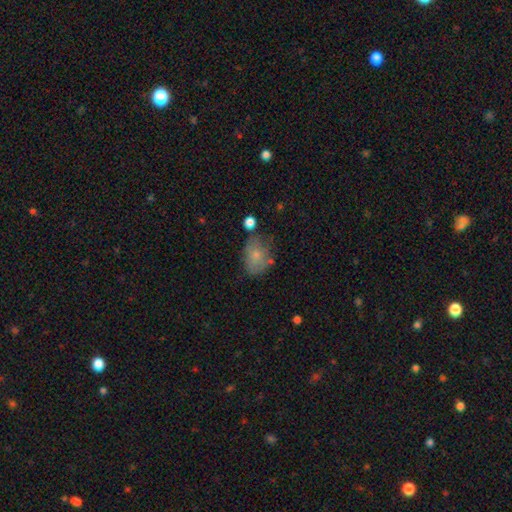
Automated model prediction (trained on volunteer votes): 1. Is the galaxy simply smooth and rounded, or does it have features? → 72% smooth, 19% featured or disk, 10% star or artifact.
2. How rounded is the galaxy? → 72% in between, 27% round, 1% cigar-shaped.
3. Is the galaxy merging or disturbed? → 52% none, 29% minor disturbance, 12% major disturbance, 8% merger.